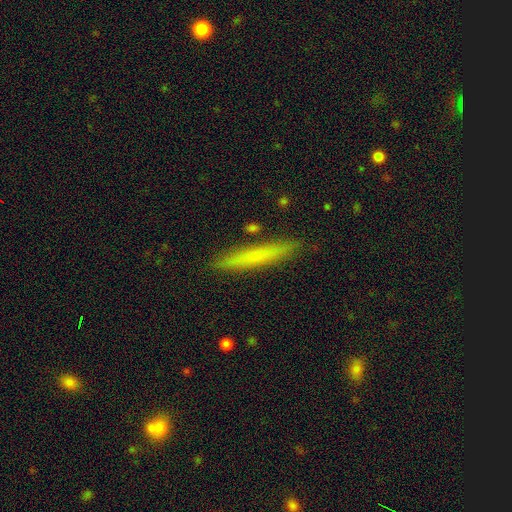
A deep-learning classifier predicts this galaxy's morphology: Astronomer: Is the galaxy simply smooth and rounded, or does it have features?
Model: smooth — 65%.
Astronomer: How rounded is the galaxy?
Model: cigar-shaped — 95%.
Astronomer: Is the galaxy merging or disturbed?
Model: none — 88%.